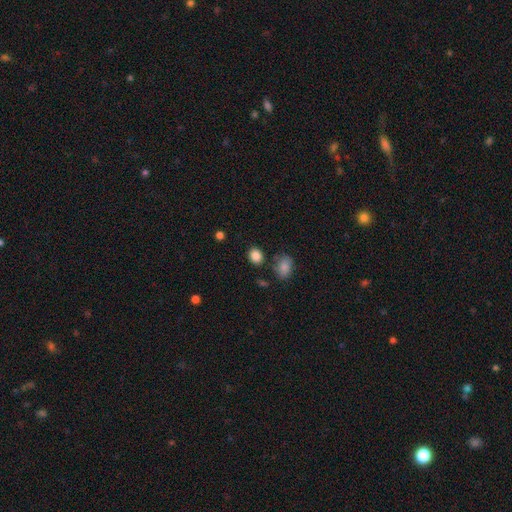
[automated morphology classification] smooth-or-featured: smooth: 86% | star or artifact: 10% | featured or disk: 4%
  how-rounded: in between: 50% | round: 49% | cigar-shaped: 1%
  merging: none: 78% | minor disturbance: 12% | merger: 6% | major disturbance: 4%